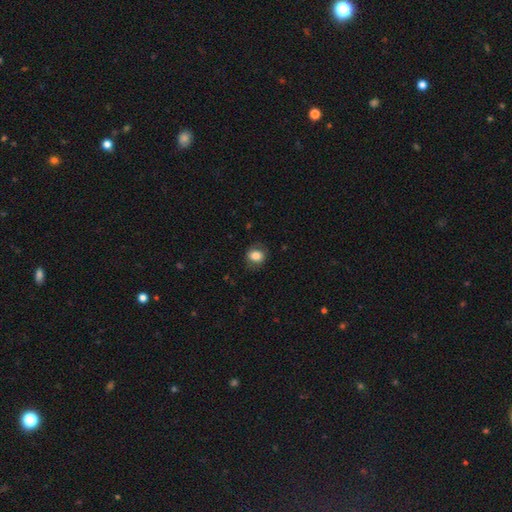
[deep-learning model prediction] Smooth or featured? smooth (83%)
How rounded? round (62%)
Merging? none (79%)